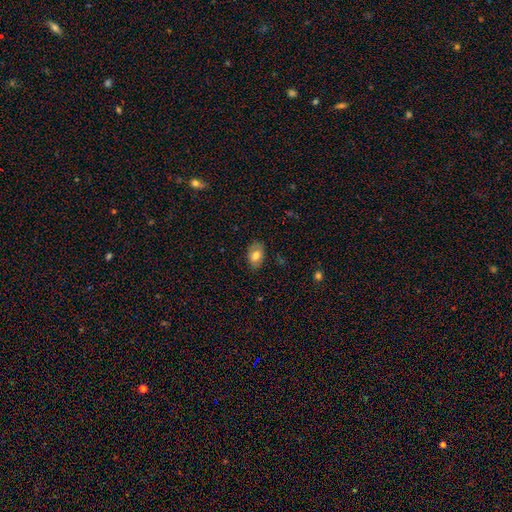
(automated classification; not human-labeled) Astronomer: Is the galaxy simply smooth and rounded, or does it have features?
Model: smooth — 75%.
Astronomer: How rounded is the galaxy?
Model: in between — 87%.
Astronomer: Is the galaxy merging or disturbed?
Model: none — 82%.